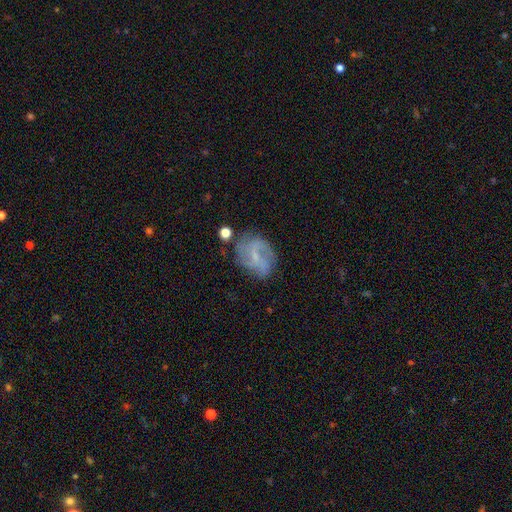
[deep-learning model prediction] The model was most divided on "spiral winding": medium: 40%, loose: 38%, tight: 22%. Remaining: edge-on disk — no (97%); spiral arms — yes (81%); smooth or featured — featured or disk (69%); bulge size — small (61%); merging — none (60%); bar — weak (49%); spiral arm count — 2 (37%).